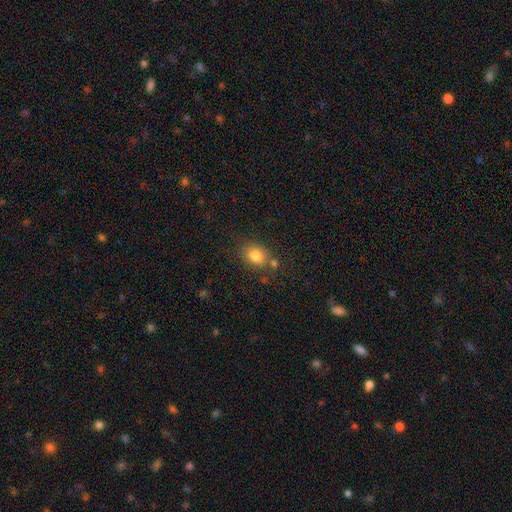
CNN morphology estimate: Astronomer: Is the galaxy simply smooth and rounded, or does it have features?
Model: smooth — 82%.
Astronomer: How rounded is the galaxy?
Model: in between — 53% (runner-up: round, 46%).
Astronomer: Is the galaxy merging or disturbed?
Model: none — 70%.